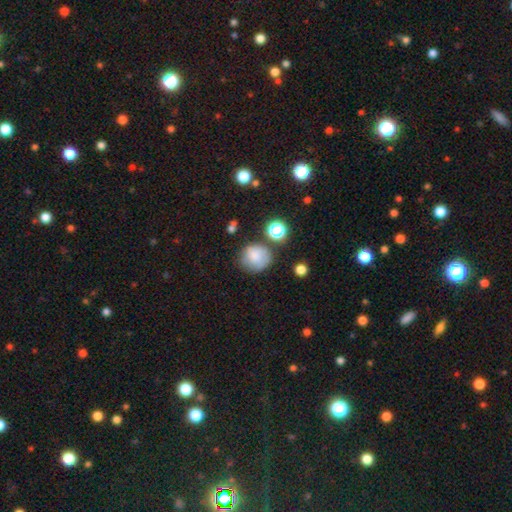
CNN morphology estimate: Overall: smooth (75%). How rounded: round (83%). Merging: none (60%; minor disturbance 23%).